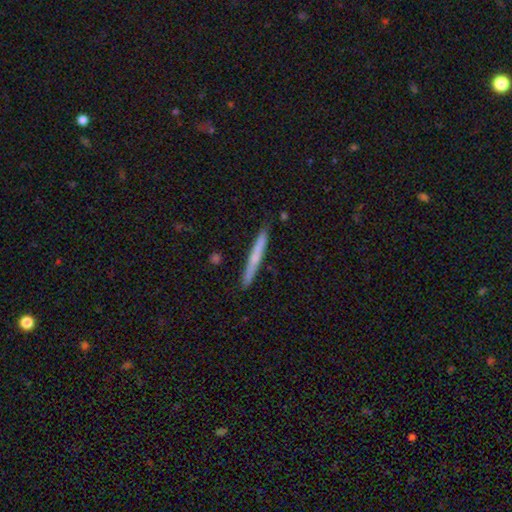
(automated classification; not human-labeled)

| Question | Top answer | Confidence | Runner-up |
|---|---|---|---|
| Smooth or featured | smooth | 54% | featured or disk (40%) |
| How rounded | cigar-shaped | 97% | in between (2%) |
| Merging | none | 90% | minor disturbance (8%) |